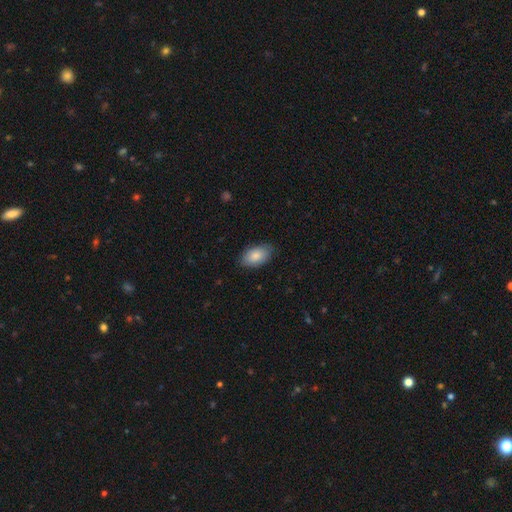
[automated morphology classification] Smooth or featured: smooth — 86% (featured or disk — 8%)
How rounded: in between — 94% (round — 4%)
Merging: none — 84% (minor disturbance — 13%)